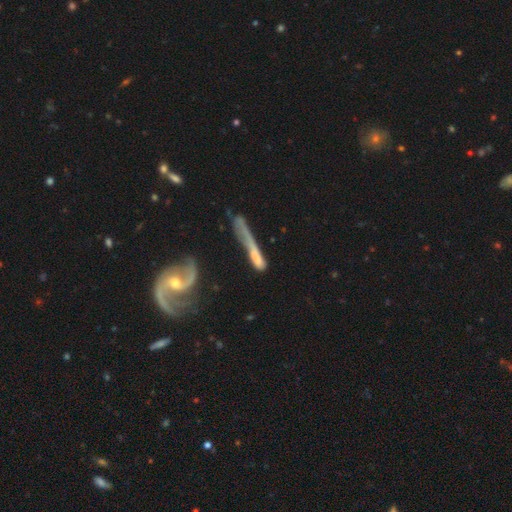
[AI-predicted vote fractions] Smooth or featured? Predicted: smooth (p=0.56). How rounded? Predicted: cigar-shaped (p=0.80). Merging? Predicted: major disturbance (p=0.35).